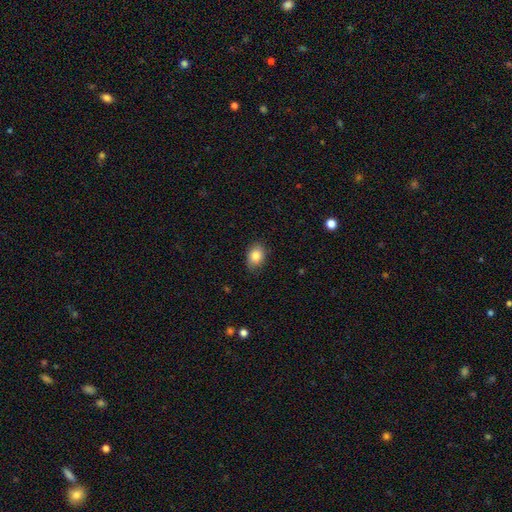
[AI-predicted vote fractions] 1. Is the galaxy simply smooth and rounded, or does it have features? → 85% smooth, 9% star or artifact, 7% featured or disk.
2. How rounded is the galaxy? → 69% in between, 30% round, 1% cigar-shaped.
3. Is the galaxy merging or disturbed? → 82% none, 15% minor disturbance, 3% major disturbance, 1% merger.